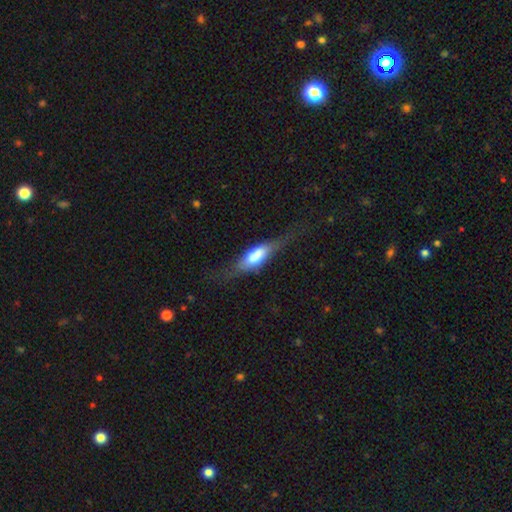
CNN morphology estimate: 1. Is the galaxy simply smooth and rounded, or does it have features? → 54% smooth, 39% featured or disk, 7% star or artifact.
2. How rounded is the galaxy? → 52% in between, 45% cigar-shaped, 3% round.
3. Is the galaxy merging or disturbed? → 58% none, 24% minor disturbance, 16% major disturbance, 2% merger.